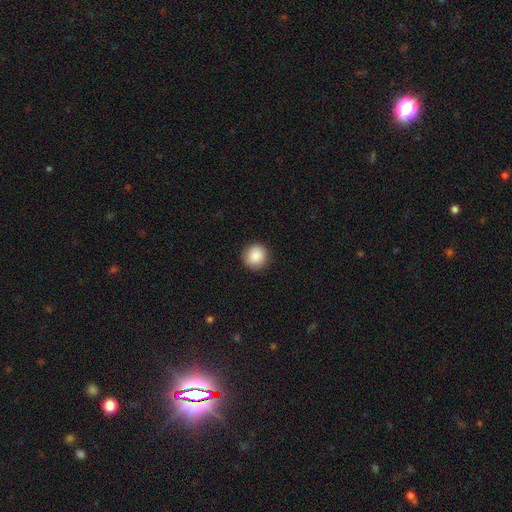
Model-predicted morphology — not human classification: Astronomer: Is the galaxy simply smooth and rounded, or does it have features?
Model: smooth — 88%.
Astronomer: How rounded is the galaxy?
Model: round — 93%.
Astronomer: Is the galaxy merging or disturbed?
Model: none — 90%.